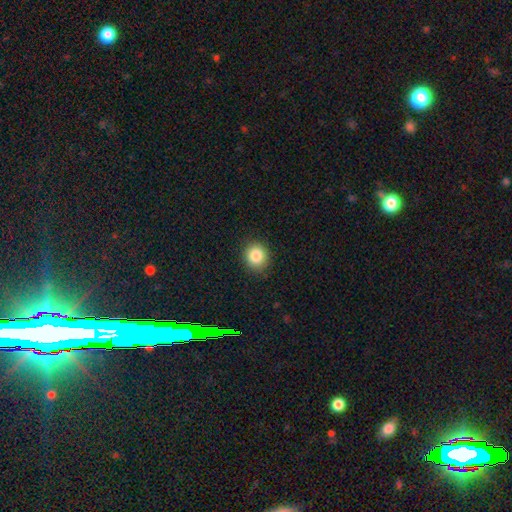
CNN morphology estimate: Smooth or featured? Predicted: smooth (p=0.86). How rounded? Predicted: round (p=0.80). Merging? Predicted: none (p=0.89).